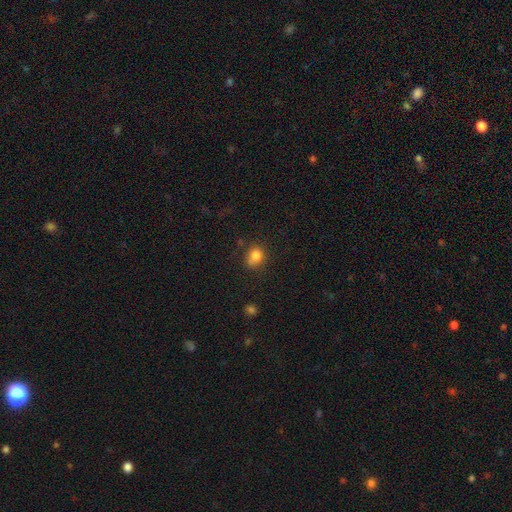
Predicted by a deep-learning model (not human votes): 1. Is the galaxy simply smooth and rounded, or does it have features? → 81% smooth, 11% star or artifact, 7% featured or disk.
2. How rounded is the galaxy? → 59% round, 40% in between, 1% cigar-shaped.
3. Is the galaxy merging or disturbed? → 62% none, 23% minor disturbance, 8% merger, 7% major disturbance.